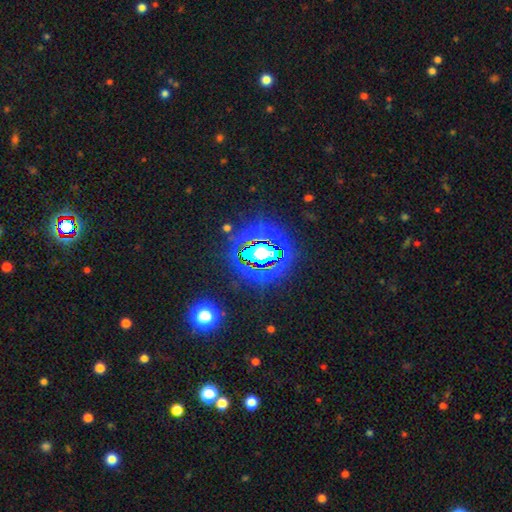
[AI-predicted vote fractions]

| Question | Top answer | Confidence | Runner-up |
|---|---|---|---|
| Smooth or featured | star or artifact | 85% | smooth (9%) |